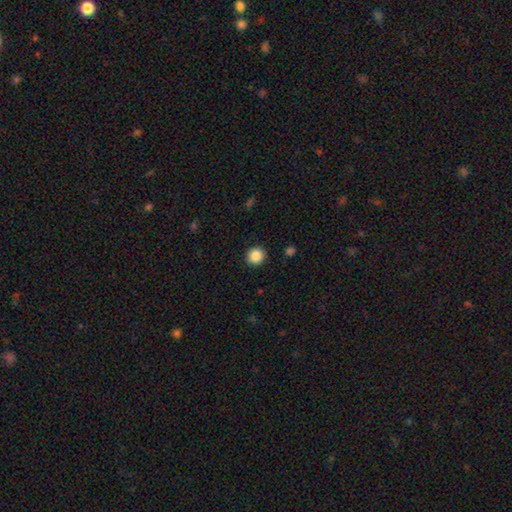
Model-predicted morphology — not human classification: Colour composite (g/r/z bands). It shows a smooth galaxy with no disk features (87%) that is round (91%). Merging: none (92%).